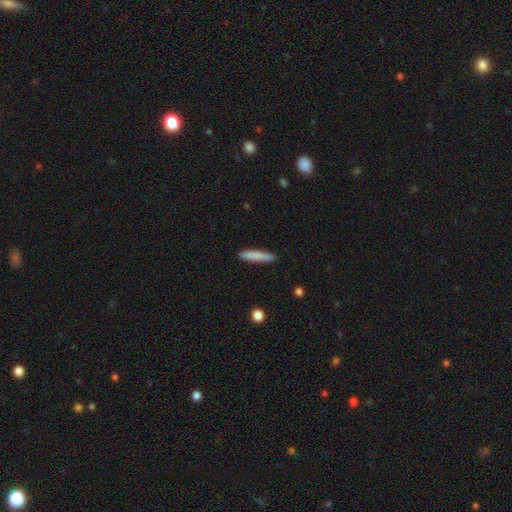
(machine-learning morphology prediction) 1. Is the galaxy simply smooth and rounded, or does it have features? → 83% smooth, 11% featured or disk, 6% star or artifact.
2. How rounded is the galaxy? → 91% cigar-shaped, 8% in between, 1% round.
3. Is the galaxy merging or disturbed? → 88% none, 9% minor disturbance, 2% major disturbance, 1% merger.